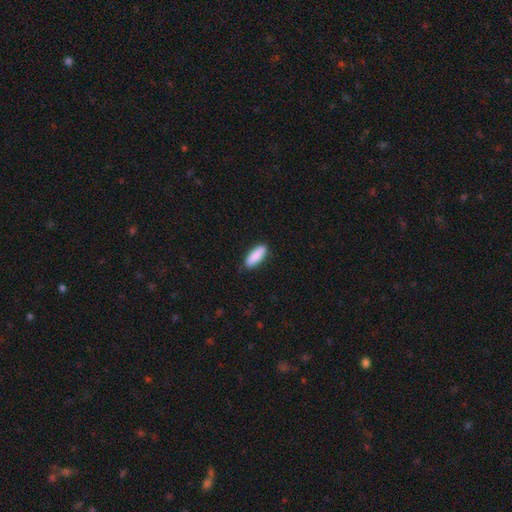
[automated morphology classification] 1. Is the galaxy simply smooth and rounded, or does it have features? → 89% smooth, 6% featured or disk, 6% star or artifact.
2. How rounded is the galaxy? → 66% in between, 32% cigar-shaped, 2% round.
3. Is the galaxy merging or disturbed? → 85% none, 12% minor disturbance, 2% major disturbance, 1% merger.